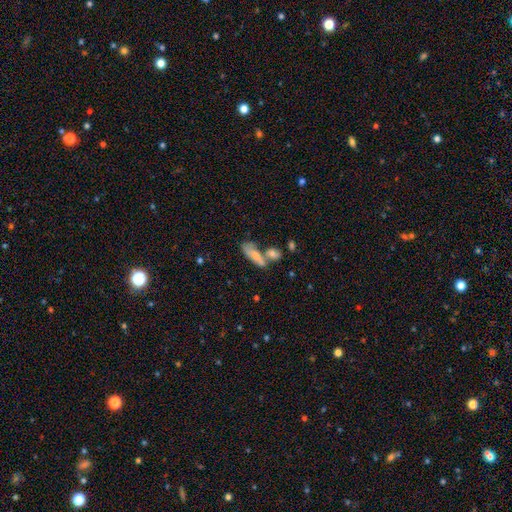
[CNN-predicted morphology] This appears to be a smooth galaxy with no disk features (68%) that is in between round and cigar-shaped (59%). Merging: merger (45%).